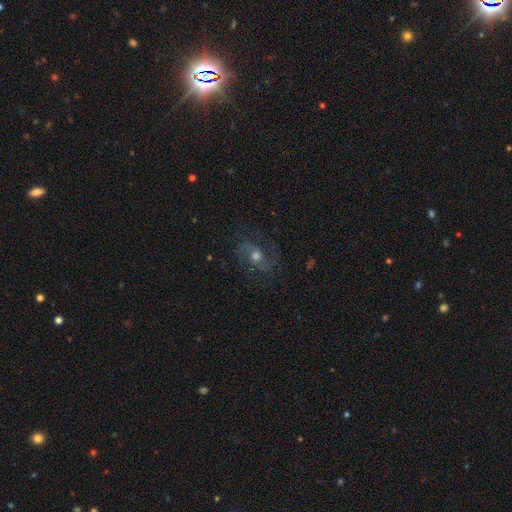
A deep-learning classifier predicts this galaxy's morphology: type=featured or disk (71%); edge-on=no (96%); bar=no (54%); spiral arms=yes (92%); winding=medium (52%); arm count=2 (84%); bulge=moderate (65%); merging=none (79%).